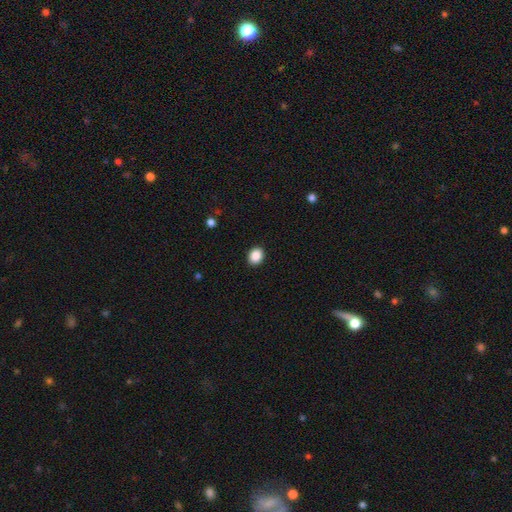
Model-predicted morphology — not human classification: Smooth or featured? smooth (89%)
How rounded? in between (51%)
Merging? none (91%)